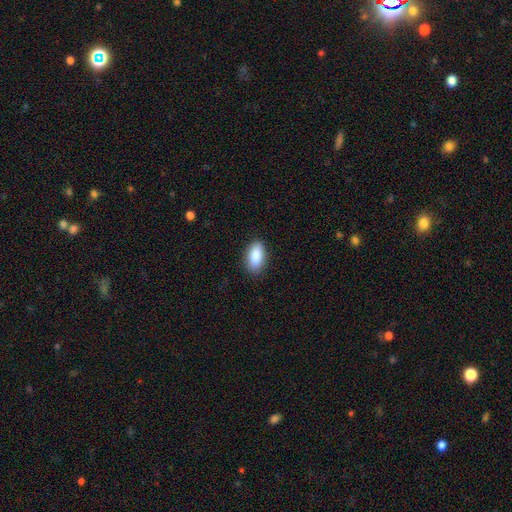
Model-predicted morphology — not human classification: smooth_or_featured: smooth (p=0.88) [alt: star or artifact p=0.06]
how_rounded: in between (p=0.92) [alt: cigar-shaped p=0.05]
merging: none (p=0.87) [alt: minor disturbance p=0.10]